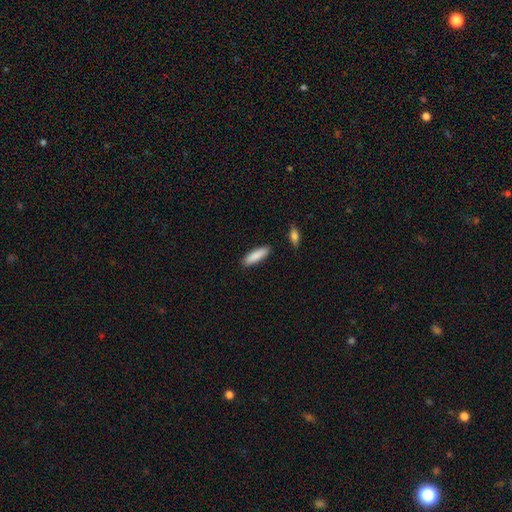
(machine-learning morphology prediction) Smooth or featured?
  - smooth: 87% *
  - featured or disk: 7%
  - star or artifact: 6%
How rounded?
  - cigar-shaped: 62% *
  - in between: 37%
  - round: 1%
Merging?
  - none: 87% *
  - minor disturbance: 9%
  - merger: 2%
  - major disturbance: 2%